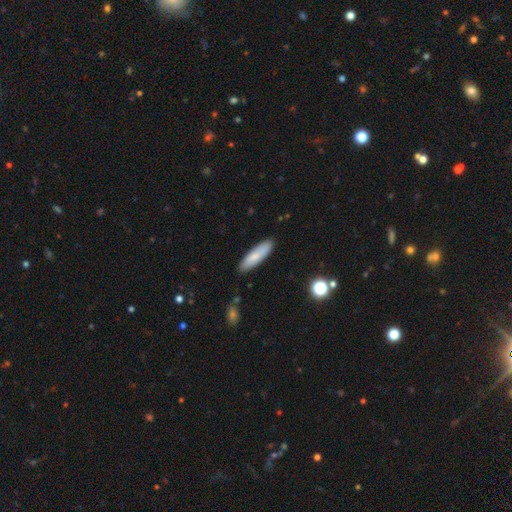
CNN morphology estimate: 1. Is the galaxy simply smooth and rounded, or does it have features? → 79% smooth, 14% featured or disk, 6% star or artifact.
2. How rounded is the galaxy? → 60% cigar-shaped, 39% in between, 2% round.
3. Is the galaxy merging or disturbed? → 86% none, 11% minor disturbance, 2% major disturbance, 2% merger.